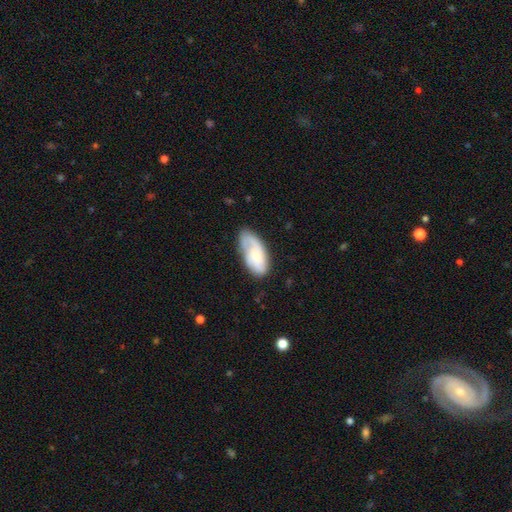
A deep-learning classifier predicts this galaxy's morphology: A featured or disk galaxy (51%).

Vote fractions:
- Smooth or featured? featured or disk: 51% / smooth: 43% / star or artifact: 6%
- Edge-on disk? no: 94% / yes: 6%
- Merging? none: 55% / minor disturbance: 29% / major disturbance: 13% / merger: 3%